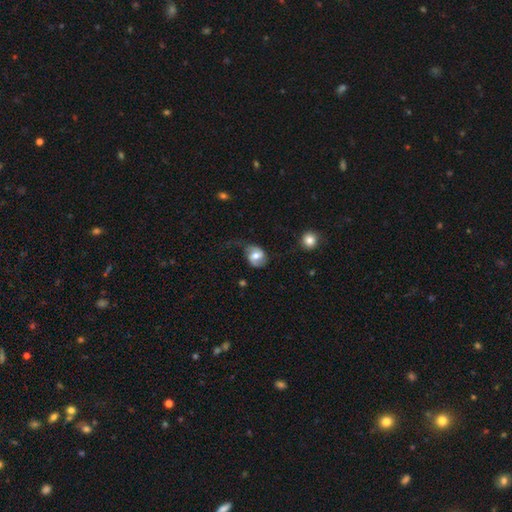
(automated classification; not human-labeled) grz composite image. It shows a featured or disk galaxy (49%). Merging: none (50%).